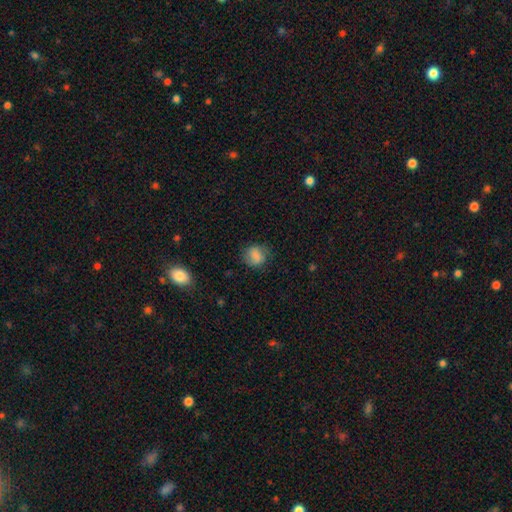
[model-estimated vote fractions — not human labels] Overall: smooth (77%). How rounded: round (69%; in between 30%). Merging: none (71%).